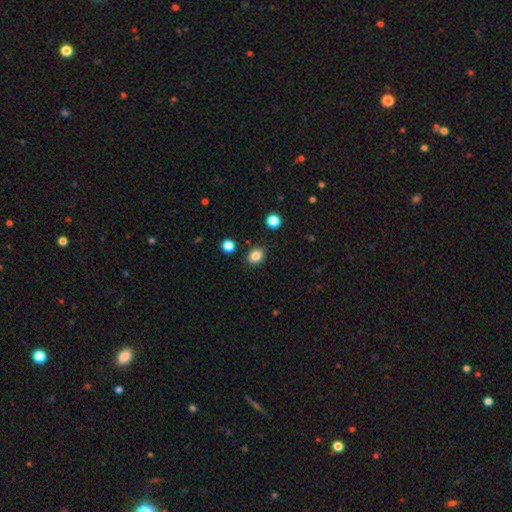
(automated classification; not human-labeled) This is clearly a smooth galaxy (85%). How rounded: possibly in between (54%). Merging: clearly none (86%).